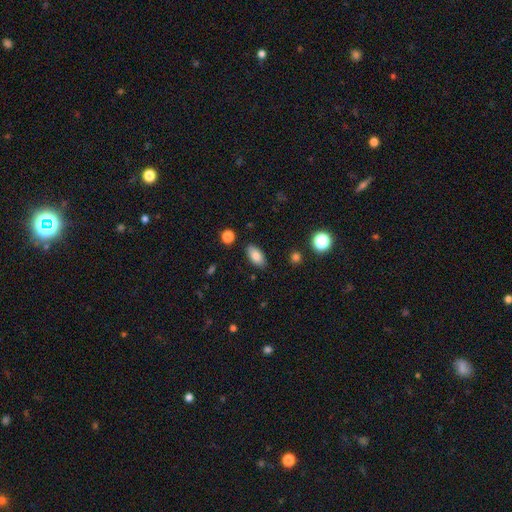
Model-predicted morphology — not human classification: A smooth galaxy with no disk features (82%) that is in between round and cigar-shaped (91%).

Vote fractions:
- Smooth or featured? smooth: 82% / featured or disk: 9% / star or artifact: 8%
- How rounded? in between: 91% / cigar-shaped: 5% / round: 4%
- Merging? none: 86% / minor disturbance: 10% / major disturbance: 2% / merger: 2%